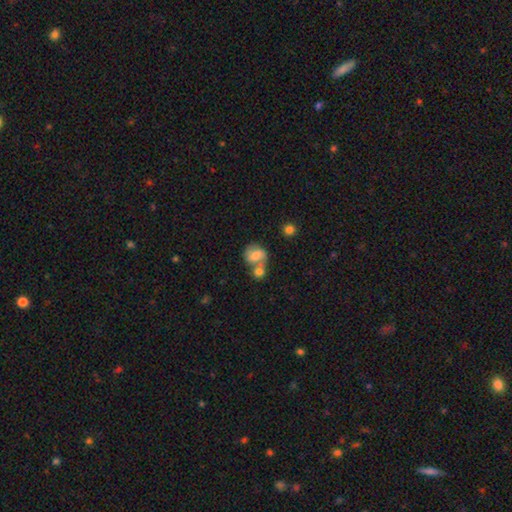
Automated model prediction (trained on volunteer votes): This appears to be a smooth galaxy with no disk features (54%) that is round (65%). Merging: merger (49%).